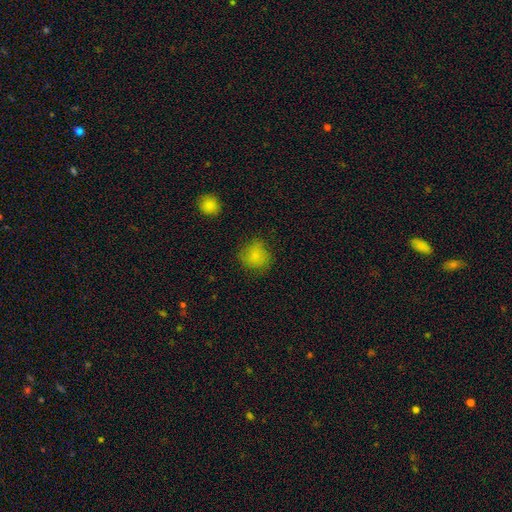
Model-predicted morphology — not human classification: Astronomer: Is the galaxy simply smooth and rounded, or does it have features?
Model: smooth — 80%.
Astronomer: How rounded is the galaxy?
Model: round — 84%.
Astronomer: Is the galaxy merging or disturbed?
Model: none — 73%.